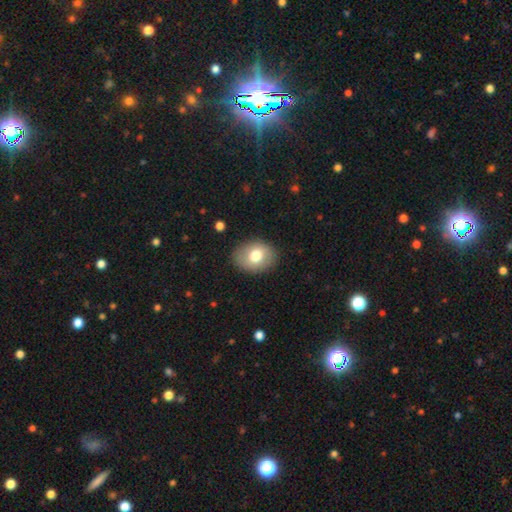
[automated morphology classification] smooth_or_featured: smooth (p=0.75) [alt: featured or disk p=0.17]
how_rounded: in between (p=0.62) [alt: round p=0.37]
merging: none (p=0.86) [alt: minor disturbance p=0.10]